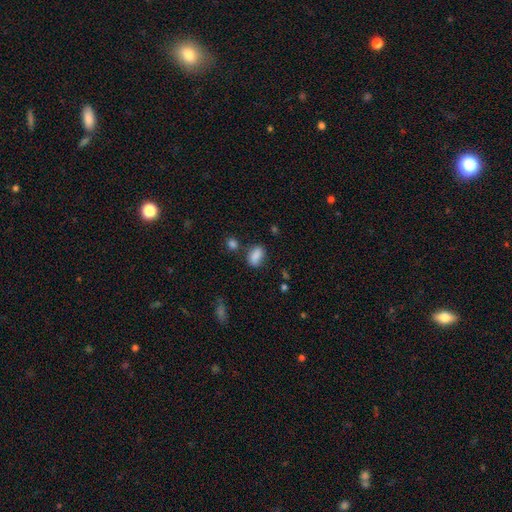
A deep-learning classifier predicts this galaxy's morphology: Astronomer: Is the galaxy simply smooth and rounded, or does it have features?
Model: smooth — 85%.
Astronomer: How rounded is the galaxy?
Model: in between — 84%.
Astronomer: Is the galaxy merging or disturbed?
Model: none — 69%.